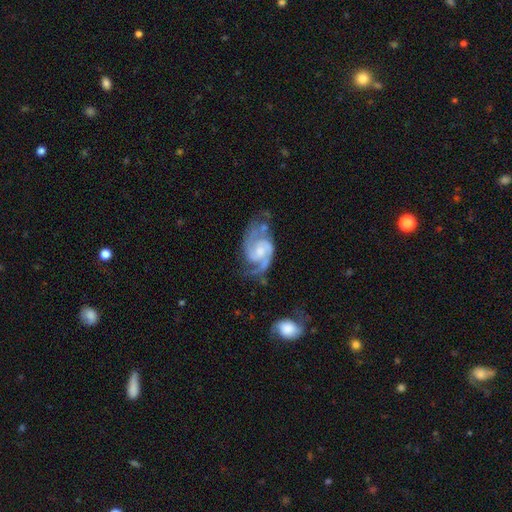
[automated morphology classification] This is clearly a featured or disk galaxy (90%). It is clearly not viewed edge-on (98%). Bar: possibly no (47%). Spiral arm pattern: clearly yes (98%). Spiral arm count: clearly 2 (87%). Spiral winding: possibly medium (55%). Central bulge: possibly small (47%). Merging: possibly none (58%).